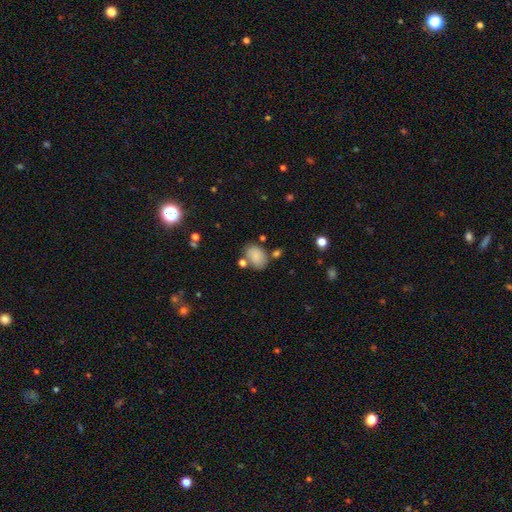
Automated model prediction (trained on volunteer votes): A smooth galaxy with no disk features (83%) that is in between round and cigar-shaped (83%).

Vote fractions:
- Smooth or featured? smooth: 83% / star or artifact: 9% / featured or disk: 8%
- How rounded? in between: 83% / round: 16% / cigar-shaped: 1%
- Merging? none: 66% / minor disturbance: 17% / merger: 12% / major disturbance: 5%